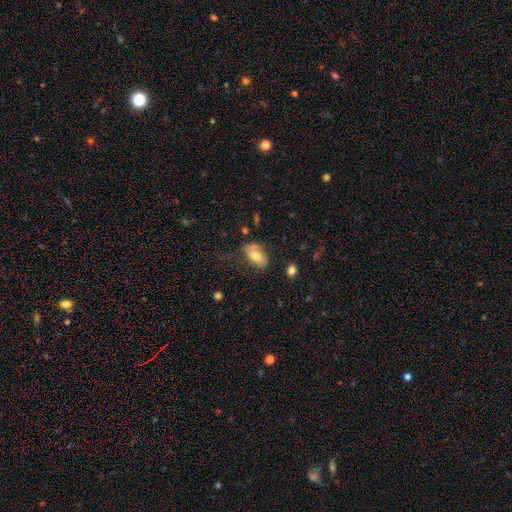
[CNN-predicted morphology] Smooth or featured: smooth — 70% (featured or disk — 23%)
How rounded: in between — 92% (round — 6%)
Merging: none — 54% (minor disturbance — 27%)